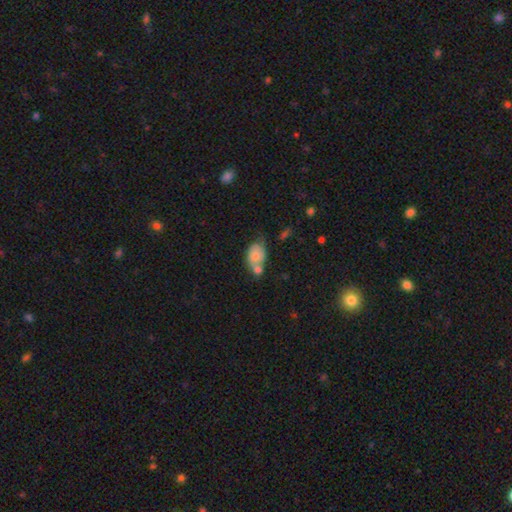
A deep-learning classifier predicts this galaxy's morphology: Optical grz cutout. It shows a smooth galaxy with no disk features (67%) that is in between round and cigar-shaped (80%). Merging: merger (45%).